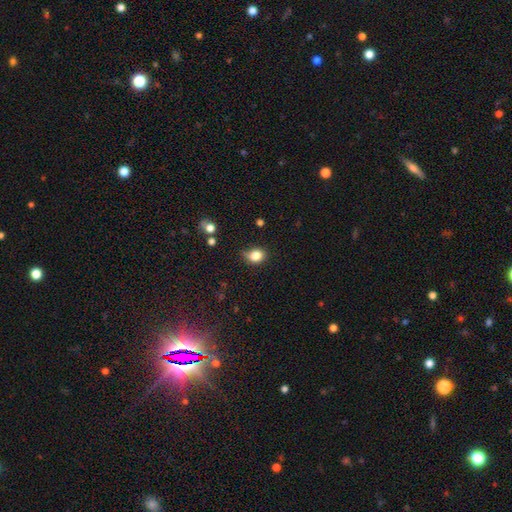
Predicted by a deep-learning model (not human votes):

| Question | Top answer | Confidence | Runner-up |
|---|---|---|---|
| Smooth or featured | smooth | 82% | star or artifact (11%) |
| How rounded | round | 56% | in between (42%) |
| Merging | none | 64% | minor disturbance (27%) |